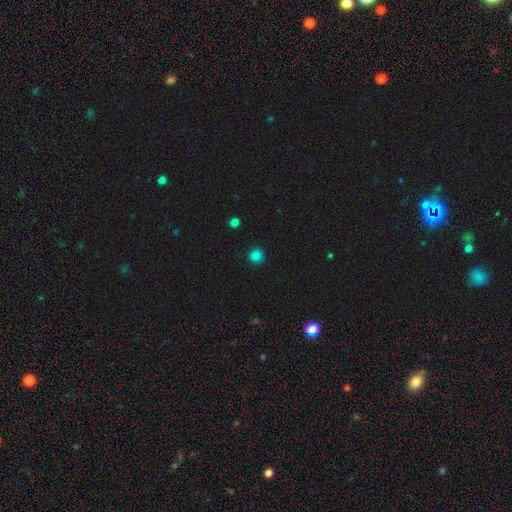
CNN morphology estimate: Q: Smooth or featured?
A: smooth (84%); runner-up: star or artifact (13%)
Q: How rounded?
A: round (93%); runner-up: in between (6%)
Q: Merging?
A: none (90%); runner-up: minor disturbance (7%)